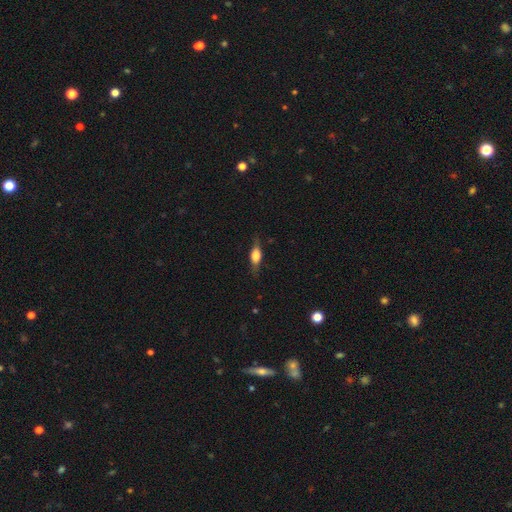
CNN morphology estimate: type=smooth (47%); merging=none (76%).